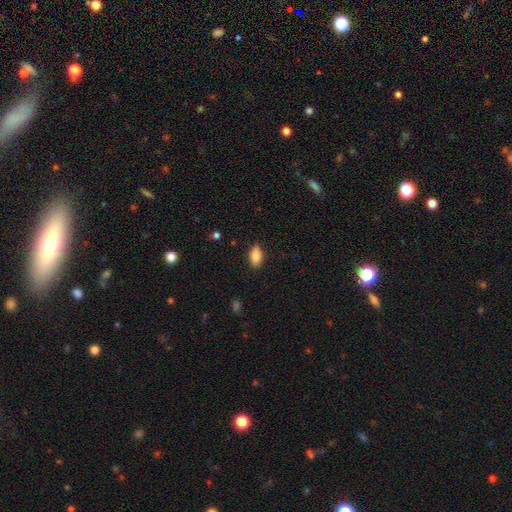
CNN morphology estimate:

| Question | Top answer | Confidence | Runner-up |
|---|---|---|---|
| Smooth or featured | smooth | 86% | star or artifact (7%) |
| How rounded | in between | 92% | cigar-shaped (4%) |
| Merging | none | 87% | minor disturbance (9%) |